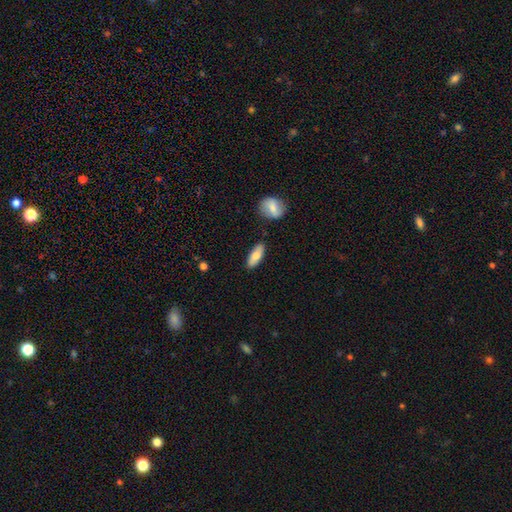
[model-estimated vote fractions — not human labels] The model was most divided on "how rounded": in between: 75%, cigar-shaped: 23%, round: 3%. More confident: merging — none (84%); smooth or featured — smooth (74%).